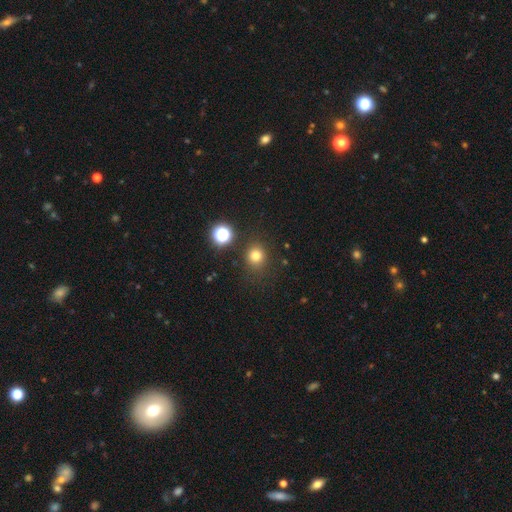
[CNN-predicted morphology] The model was most divided on "smooth or featured": smooth: 76%, star or artifact: 18%, featured or disk: 7%. More confident: how rounded — round (83%); merging — none (82%).